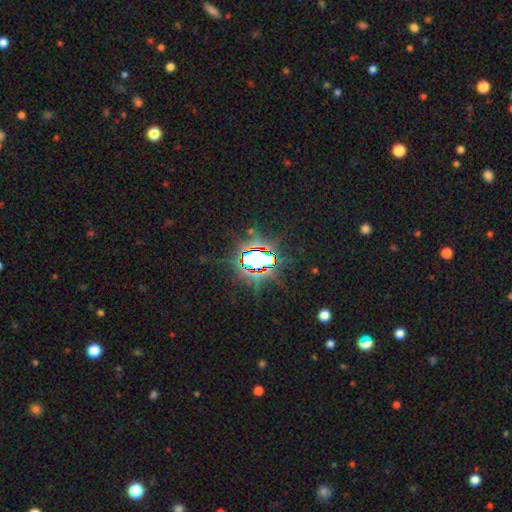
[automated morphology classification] Q: Smooth or featured?
A: star or artifact (76%); runner-up: smooth (14%)